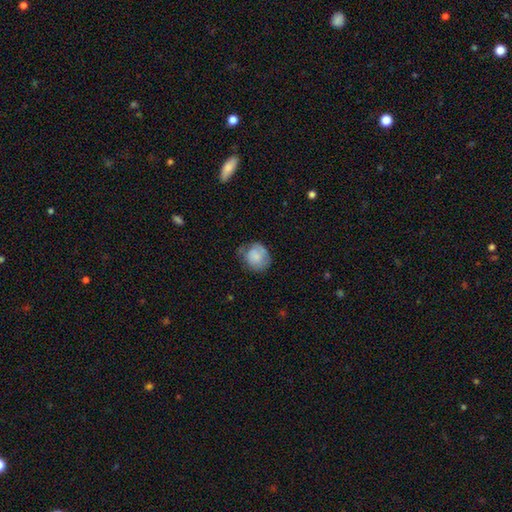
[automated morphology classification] This is likely a smooth galaxy (72%). How rounded: likely round (73%). Merging: possibly none (51%).